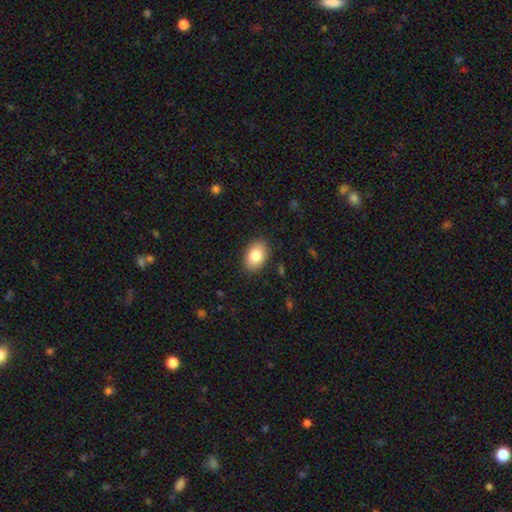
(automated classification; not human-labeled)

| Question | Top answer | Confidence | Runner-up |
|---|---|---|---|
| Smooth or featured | smooth | 83% | featured or disk (10%) |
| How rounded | in between | 86% | round (13%) |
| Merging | none | 88% | minor disturbance (9%) |